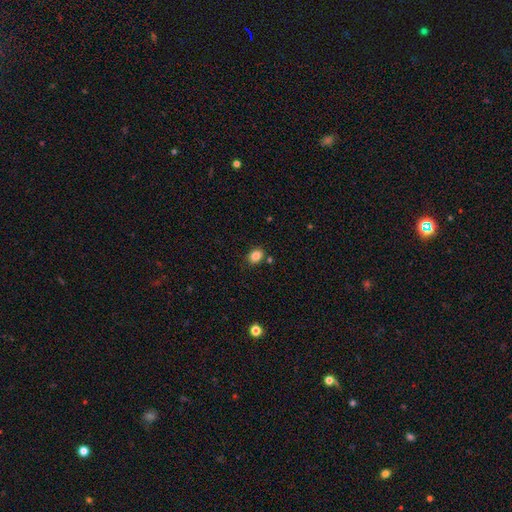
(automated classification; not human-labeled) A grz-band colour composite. It shows a smooth galaxy with no disk features (85%) that is in between round and cigar-shaped (59%). Merging: none (80%).